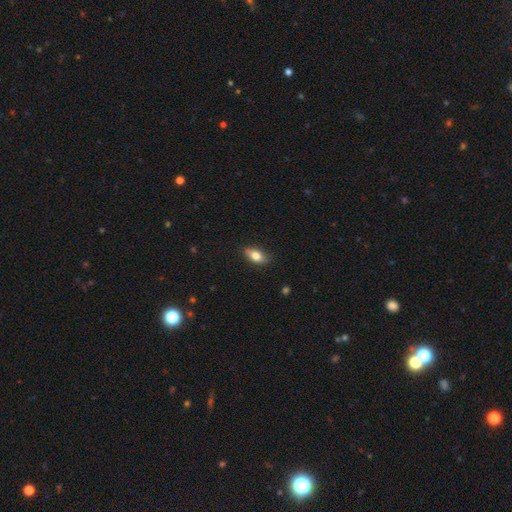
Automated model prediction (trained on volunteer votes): This appears to be a smooth galaxy with no disk features (77%) that is in between round and cigar-shaped (84%). Merging: none (80%).